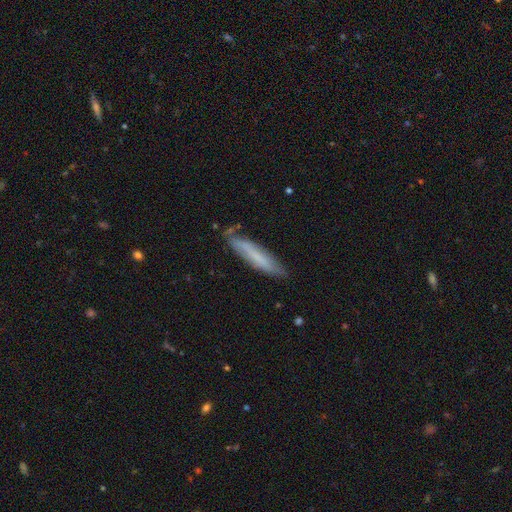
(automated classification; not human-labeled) The model was most divided on "smooth or featured": smooth: 57%, featured or disk: 36%, star or artifact: 7%. More confident: how rounded — cigar-shaped (87%); merging — none (69%).